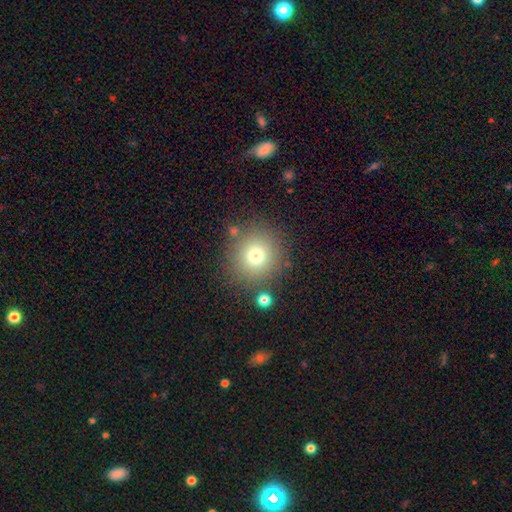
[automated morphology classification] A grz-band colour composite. It shows a smooth galaxy with no disk features (74%) that is round (93%). Merging: none (83%).